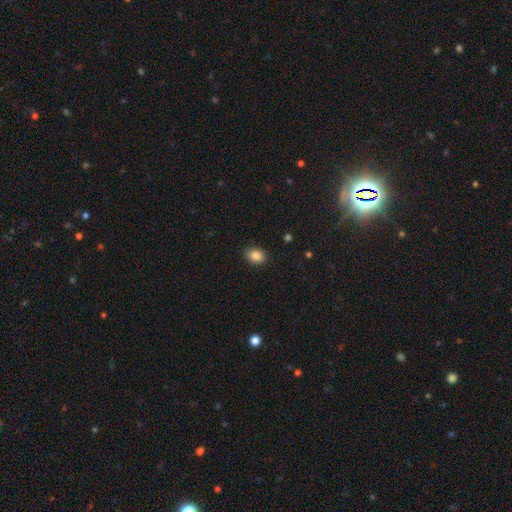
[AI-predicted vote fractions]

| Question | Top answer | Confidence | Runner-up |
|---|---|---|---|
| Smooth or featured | smooth | 86% | star or artifact (9%) |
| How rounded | in between | 72% | round (26%) |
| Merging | none | 87% | minor disturbance (10%) |